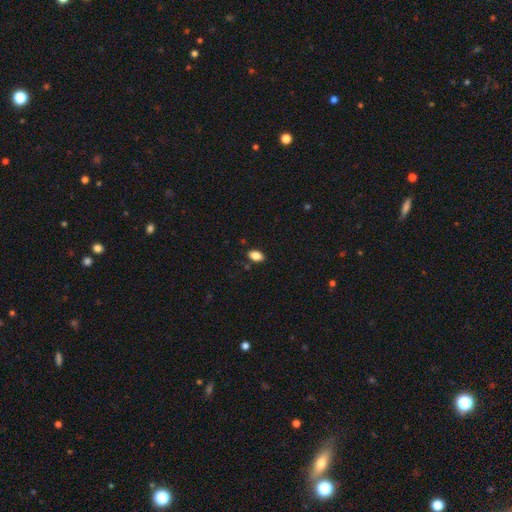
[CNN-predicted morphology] Smooth or featured? smooth (86%)
How rounded? in between (90%)
Merging? none (86%)